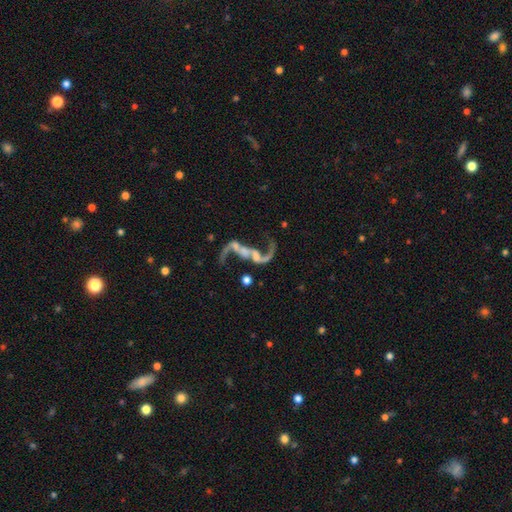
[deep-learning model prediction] This appears to be a featured or disk galaxy (86%) with no bar (42%), 2 (89%) loose (90%) spiral arms (90%) and no central bulge (39%). Merging: none (43%).